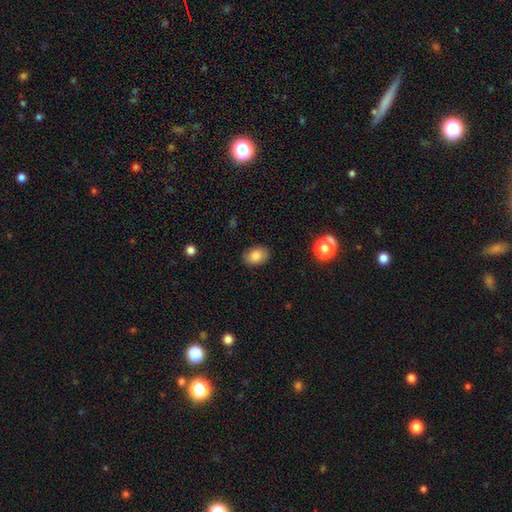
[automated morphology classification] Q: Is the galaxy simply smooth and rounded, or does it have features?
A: smooth — 84%.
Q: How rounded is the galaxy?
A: in between — 80%.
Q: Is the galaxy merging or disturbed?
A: none — 86%.